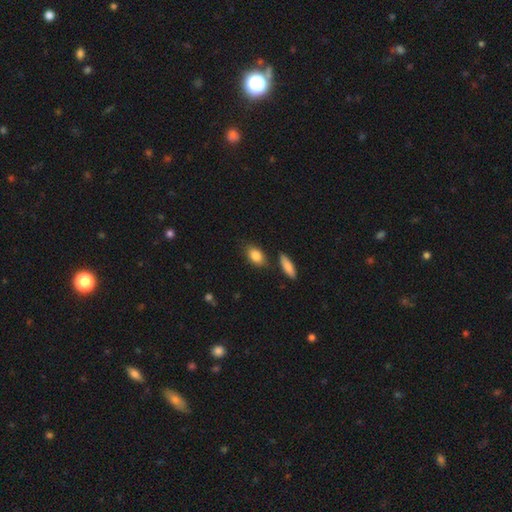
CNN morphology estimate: smooth 86%, featured or disk 7%, star or artifact 7%. Down the decision tree: how rounded — in between (83%); merging — none (76%).